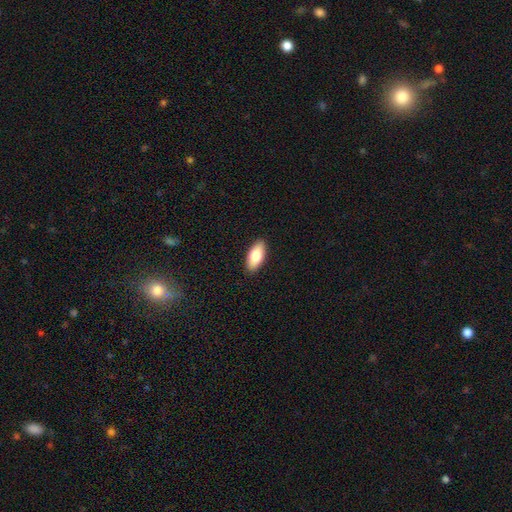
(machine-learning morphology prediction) Q: Smooth or featured?
A: smooth (80%); runner-up: featured or disk (14%)
Q: How rounded?
A: in between (90%); runner-up: cigar-shaped (8%)
Q: Merging?
A: none (90%); runner-up: minor disturbance (7%)